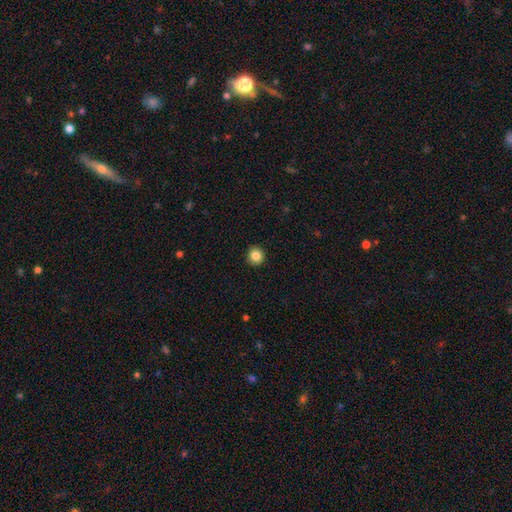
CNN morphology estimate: Overall: smooth (85%). How rounded: round (92%). Merging: none (93%).